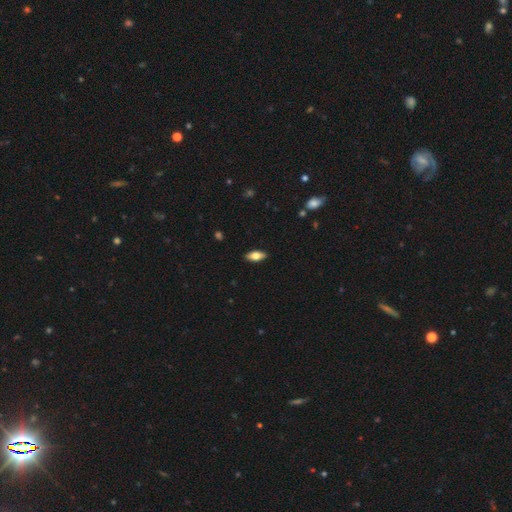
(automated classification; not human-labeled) This appears to be a smooth galaxy with no disk features (69%) that is in between round and cigar-shaped (84%). Merging: none (89%).